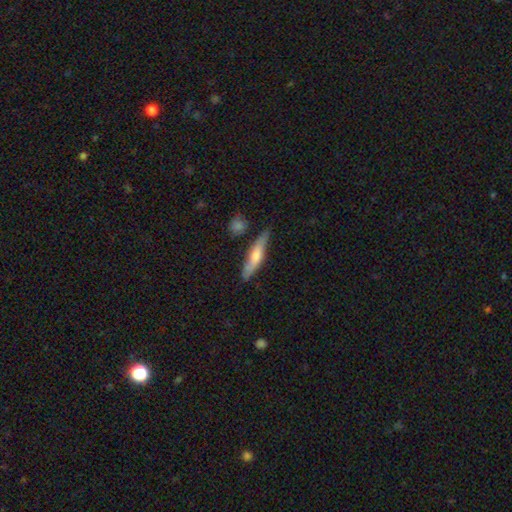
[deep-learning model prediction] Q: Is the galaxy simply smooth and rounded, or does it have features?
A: smooth — 55%.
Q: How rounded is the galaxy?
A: cigar-shaped — 82%.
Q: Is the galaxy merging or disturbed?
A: none — 75%.